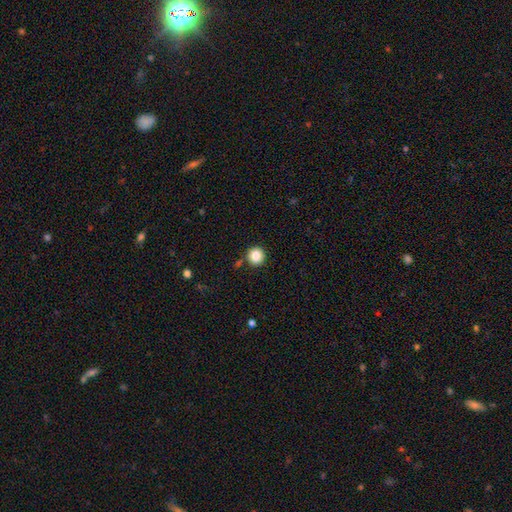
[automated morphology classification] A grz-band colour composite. It shows a smooth galaxy with no disk features (85%) that is round (95%). Merging: none (87%).